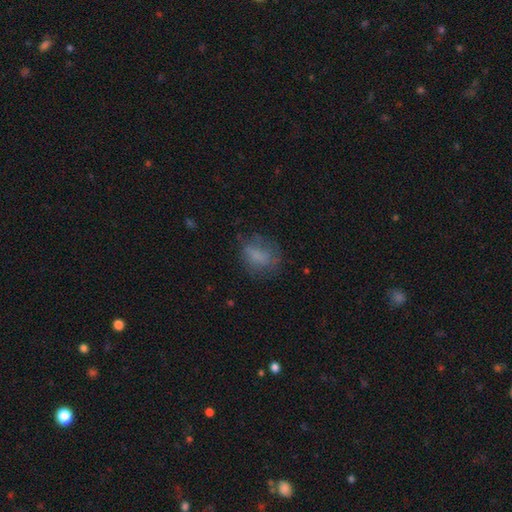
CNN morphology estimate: Overall: smooth (68%). How rounded: in between (61%; round 36%). Merging: none (60%; minor disturbance 23%).